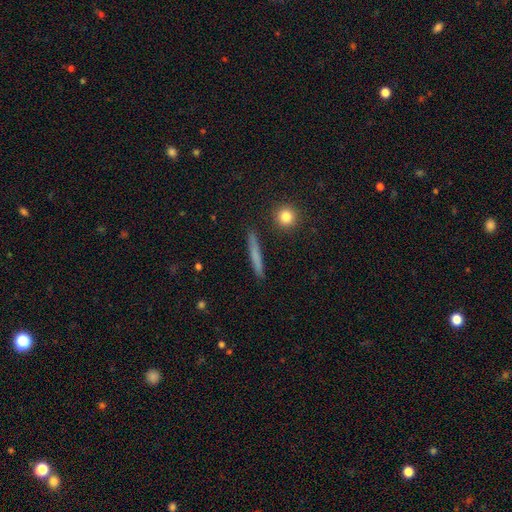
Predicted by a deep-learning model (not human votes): smooth-or-featured: smooth: 65% | featured or disk: 28% | star or artifact: 7%
  how-rounded: cigar-shaped: 94% | in between: 3% | round: 3%
  merging: none: 91% | minor disturbance: 6% | merger: 1% | major disturbance: 1%